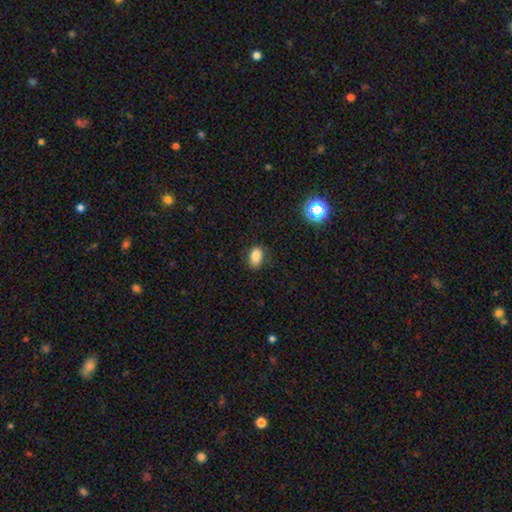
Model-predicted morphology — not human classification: Overall: smooth (83%). How rounded: in between (84%). Merging: none (81%).